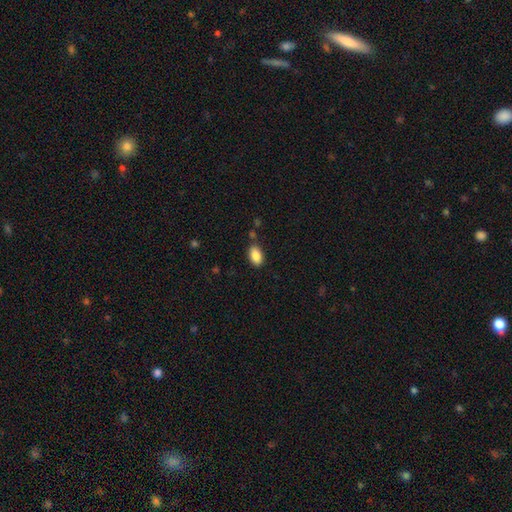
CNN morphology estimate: smooth_or_featured: smooth (p=0.86) [alt: star or artifact p=0.08]
how_rounded: in between (p=0.92) [alt: round p=0.06]
merging: none (p=0.83) [alt: minor disturbance p=0.11]